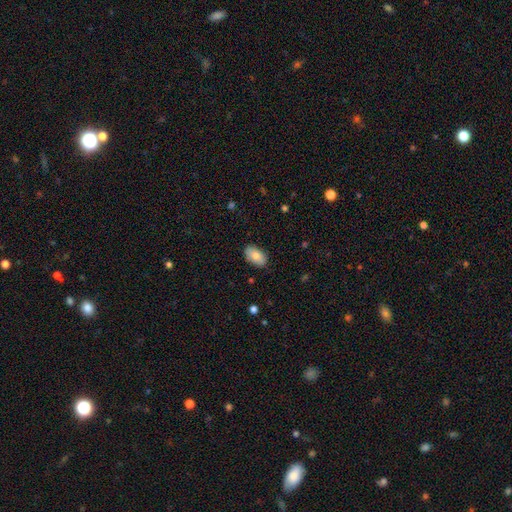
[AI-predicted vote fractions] Smooth or featured: smooth — 83% (featured or disk — 11%)
How rounded: in between — 93% (round — 5%)
Merging: none — 84% (minor disturbance — 13%)